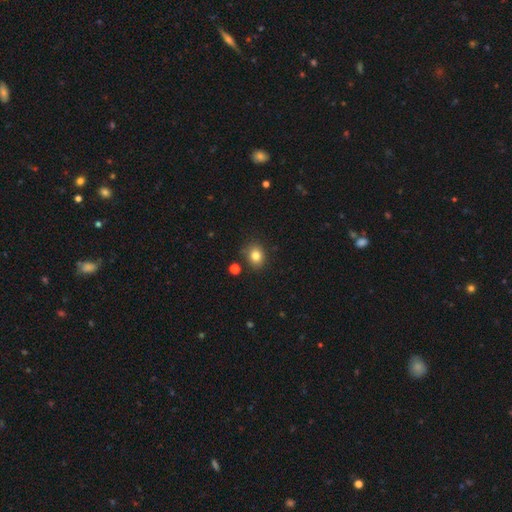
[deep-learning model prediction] Smooth or featured: smooth — 82% (star or artifact — 12%)
How rounded: round — 64% (in between — 35%)
Merging: none — 81% (minor disturbance — 12%)